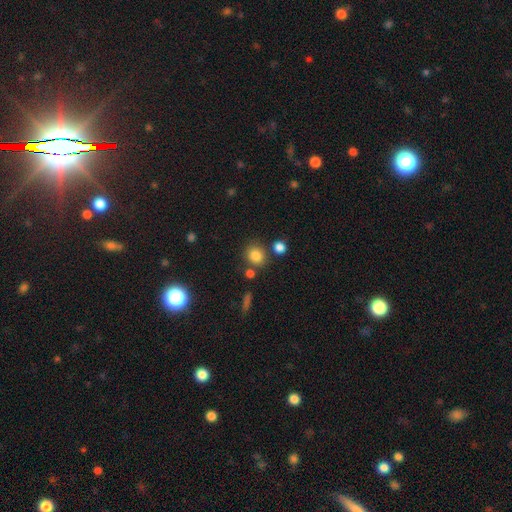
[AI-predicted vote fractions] smooth_or_featured: smooth (p=0.82) [alt: star or artifact p=0.12]
how_rounded: round (p=0.79) [alt: in between p=0.20]
merging: none (p=0.74) [alt: merger p=0.11]